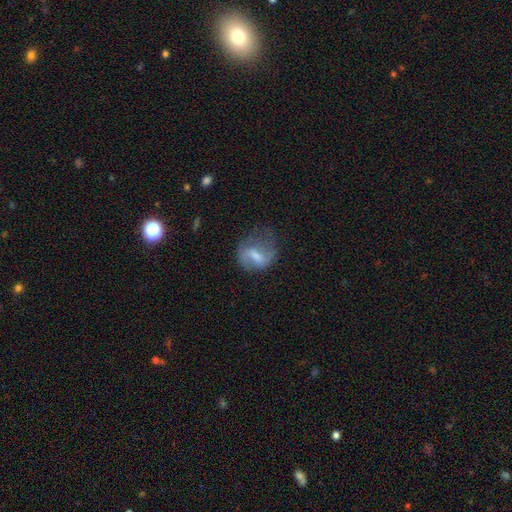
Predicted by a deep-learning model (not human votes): A featured or disk galaxy (53%) with a weak bar (49%), spiral arms (67%) and a moderate central bulge (39%).

Vote fractions:
- Smooth or featured? featured or disk: 53% / smooth: 38% / star or artifact: 8%
- Edge-on disk? no: 96% / yes: 4%
- Bar? weak: 49% / strong: 28% / no: 22%
- Spiral arms? yes: 67% / no: 33%
- Bulge size? moderate: 39% / small: 34% / none: 20% / large: 6% / dominant: 1%
- Merging? none: 43% / minor disturbance: 28% / major disturbance: 27% / merger: 2%